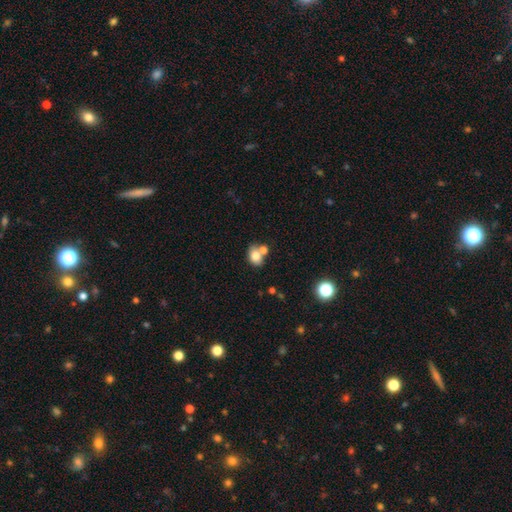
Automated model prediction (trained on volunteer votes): A smooth galaxy with no disk features (77%) that is in between round and cigar-shaped (56%).

Vote fractions:
- Smooth or featured? smooth: 77% / featured or disk: 12% / star or artifact: 10%
- How rounded? in between: 56% / round: 43% / cigar-shaped: 1%
- Merging? none: 48% / merger: 35% / minor disturbance: 12% / major disturbance: 4%